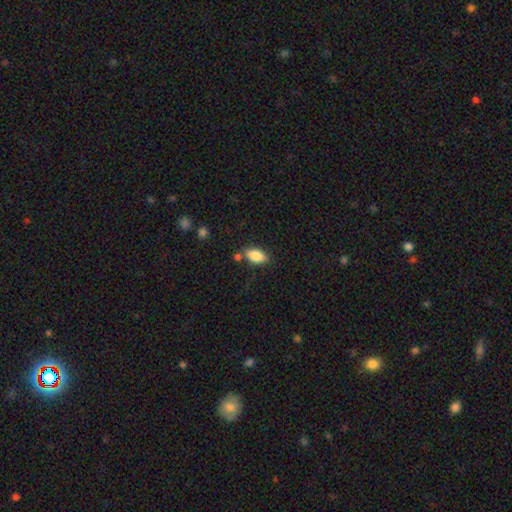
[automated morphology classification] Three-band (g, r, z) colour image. It shows a smooth galaxy with no disk features (84%) that is in between round and cigar-shaped (89%). Merging: none (75%).